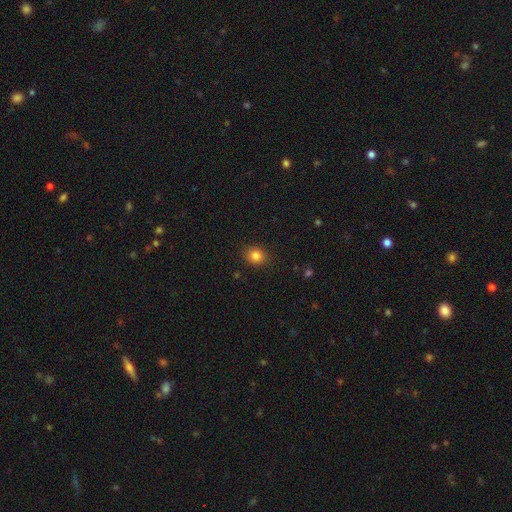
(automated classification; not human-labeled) A smooth galaxy with no disk features (83%) that is round (72%).

Vote fractions:
- Smooth or featured? smooth: 83% / star or artifact: 12% / featured or disk: 6%
- How rounded? round: 72% / in between: 27% / cigar-shaped: 1%
- Merging? none: 90% / minor disturbance: 7% / major disturbance: 2% / merger: 1%